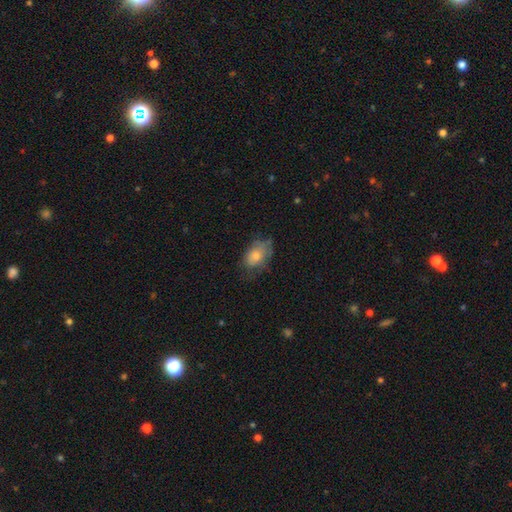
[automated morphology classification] Q: Smooth or featured?
A: smooth (64%); runner-up: featured or disk (26%)
Q: How rounded?
A: in between (85%); runner-up: round (13%)
Q: Merging?
A: none (57%); runner-up: minor disturbance (29%)